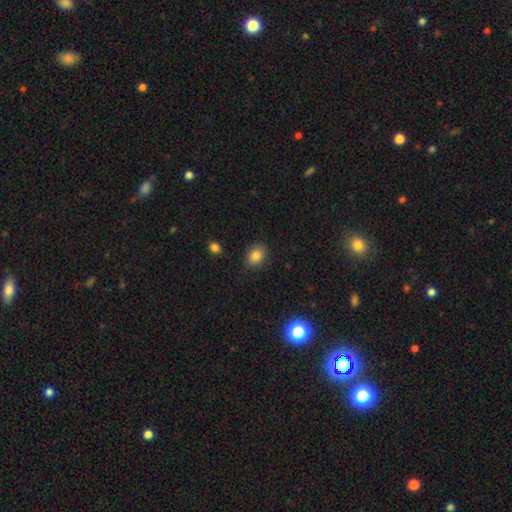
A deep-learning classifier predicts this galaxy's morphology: smooth 85%, star or artifact 10%, featured or disk 5%. Down the decision tree: how rounded — in between (52%); merging — none (86%).